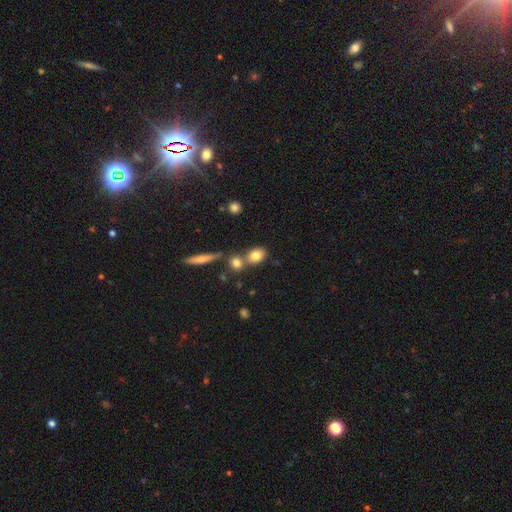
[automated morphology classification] A smooth galaxy with no disk features (79%) that is in between round and cigar-shaped (57%). Merging: none (54%).